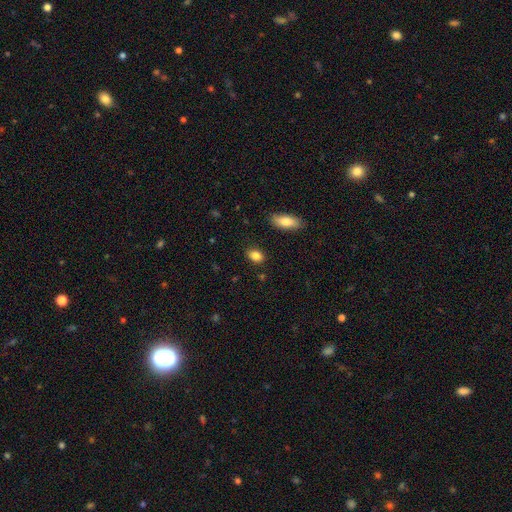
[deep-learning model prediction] smooth-or-featured: smooth: 86% | star or artifact: 8% | featured or disk: 6%
  how-rounded: in between: 82% | round: 14% | cigar-shaped: 3%
  merging: none: 86% | minor disturbance: 10% | major disturbance: 2% | merger: 2%